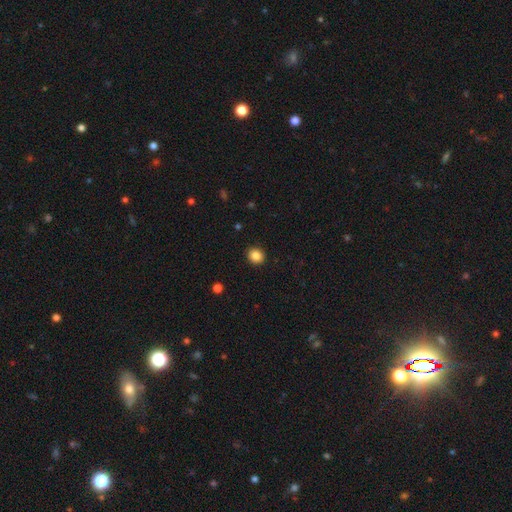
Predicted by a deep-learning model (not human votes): smooth-or-featured: smooth: 86% | star or artifact: 10% | featured or disk: 4%
  how-rounded: round: 77% | in between: 23% | cigar-shaped: 1%
  merging: none: 91% | minor disturbance: 6% | major disturbance: 2% | merger: 1%